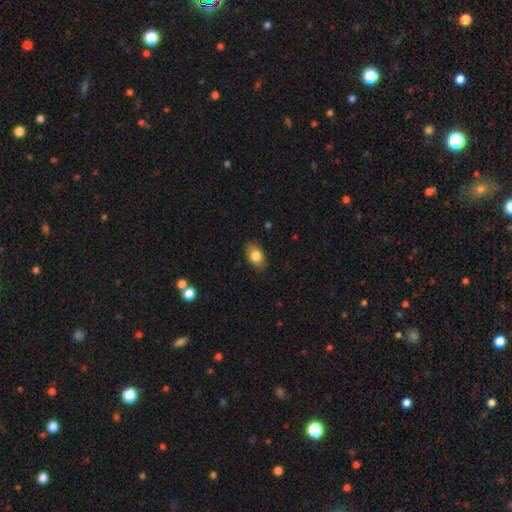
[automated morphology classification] smooth 82%, featured or disk 10%, star or artifact 8%. Down the decision tree: how rounded — in between (85%); merging — none (85%).